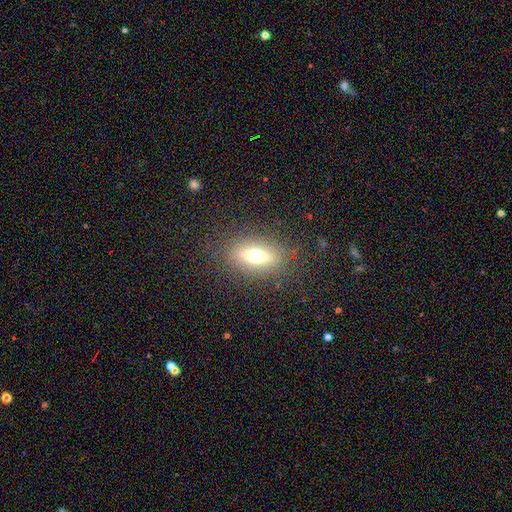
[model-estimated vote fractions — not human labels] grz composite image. It shows a smooth galaxy with no disk features (51%) that is in between round and cigar-shaped (68%). Merging: none (83%).